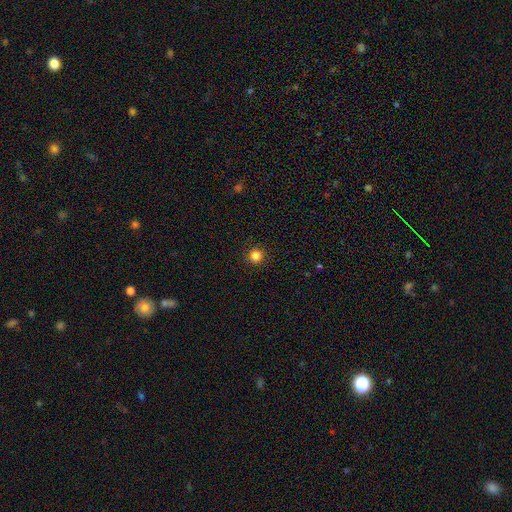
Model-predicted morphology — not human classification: Q: Smooth or featured?
A: smooth (84%); runner-up: star or artifact (12%)
Q: How rounded?
A: round (95%); runner-up: in between (4%)
Q: Merging?
A: none (92%); runner-up: minor disturbance (5%)